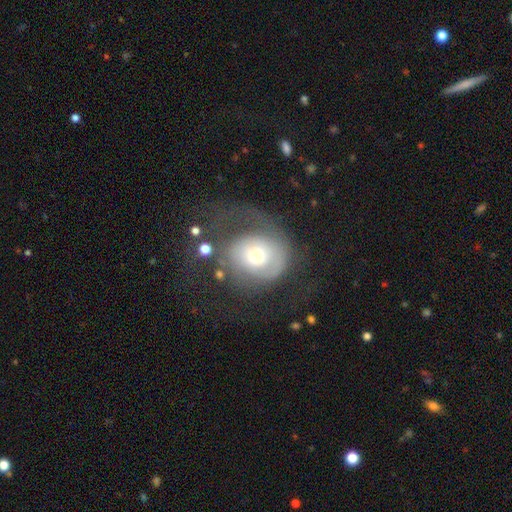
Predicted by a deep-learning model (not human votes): Smooth or featured? Predicted: featured or disk (p=0.52). Edge-on disk? Predicted: no (p=0.96). Bar? Predicted: no (p=0.79). Spiral arms? Predicted: yes (p=0.64). Bulge size? Predicted: moderate (p=0.59). Merging? Predicted: major disturbance (p=0.44).